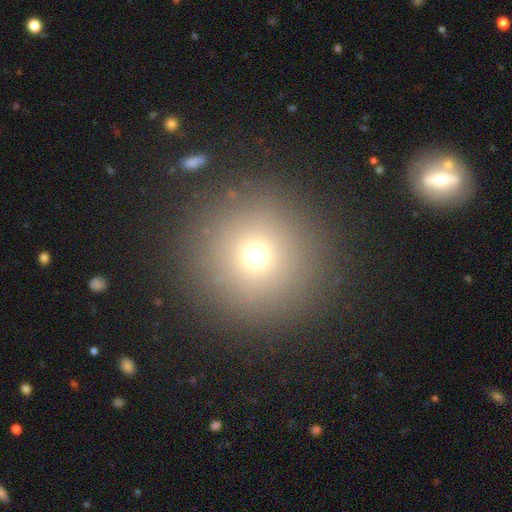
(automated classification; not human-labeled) Smooth or featured?
  - smooth: 70% *
  - star or artifact: 20%
  - featured or disk: 10%
How rounded?
  - round: 96% *
  - in between: 3%
  - cigar-shaped: 1%
Merging?
  - none: 90% *
  - minor disturbance: 5%
  - major disturbance: 3%
  - merger: 2%